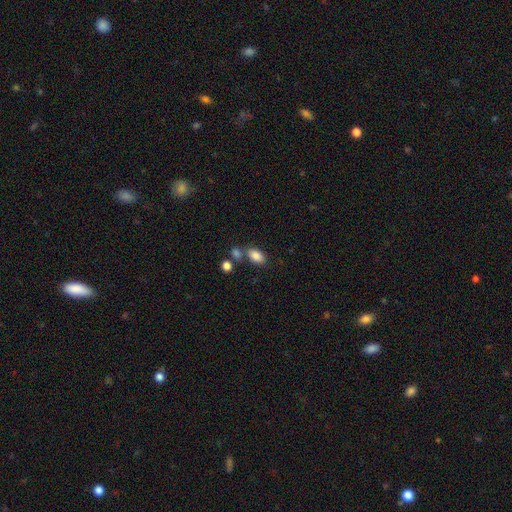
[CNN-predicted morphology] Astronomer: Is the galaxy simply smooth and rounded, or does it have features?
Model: smooth — 85%.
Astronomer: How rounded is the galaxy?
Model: in between — 90%.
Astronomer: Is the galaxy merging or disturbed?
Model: none — 62%.